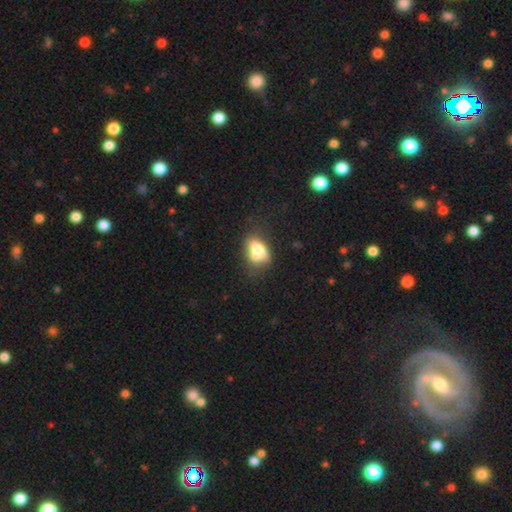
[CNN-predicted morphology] This is likely a smooth galaxy (65%). How rounded: likely in between (77%). Merging: marginally merger (37%).